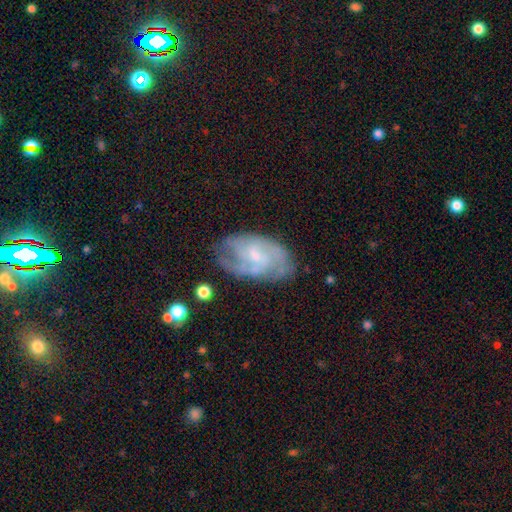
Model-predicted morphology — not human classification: Smooth or featured? Predicted: featured or disk (p=0.73). Edge-on disk? Predicted: no (p=0.96). Bar? Predicted: no (p=0.48). Spiral arms? Predicted: yes (p=0.84). Spiral winding? Predicted: tight (p=0.42, tied with medium). Spiral arm count? Predicted: can't tell (p=0.40). Bulge size? Predicted: small (p=0.56). Merging? Predicted: none (p=0.64).